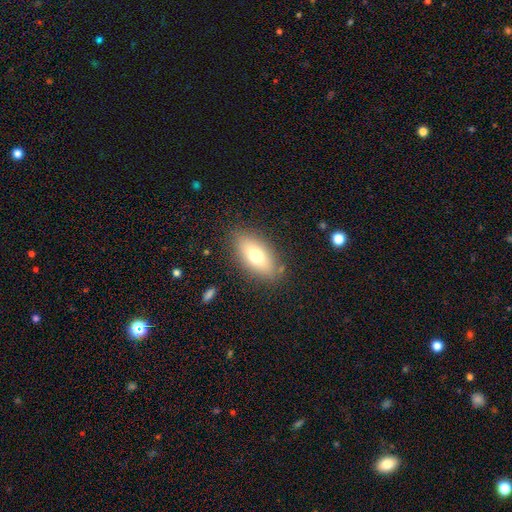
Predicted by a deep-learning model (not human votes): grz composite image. It shows a smooth galaxy with no disk features (70%) that is in between round and cigar-shaped (86%). Merging: none (83%).